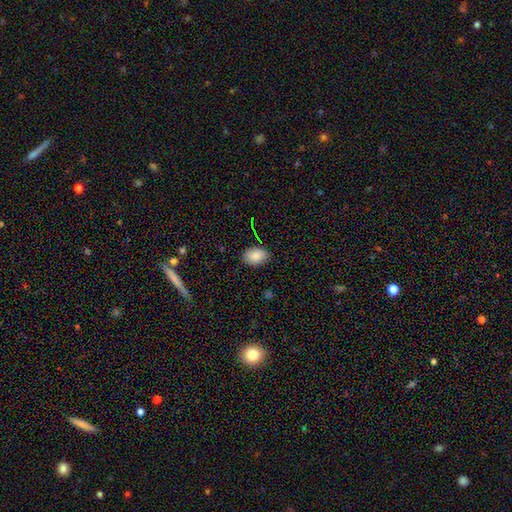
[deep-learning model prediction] smooth_or_featured: smooth (p=0.86) [alt: star or artifact p=0.08]
how_rounded: in between (p=0.86) [alt: round p=0.13]
merging: none (p=0.86) [alt: minor disturbance p=0.10]